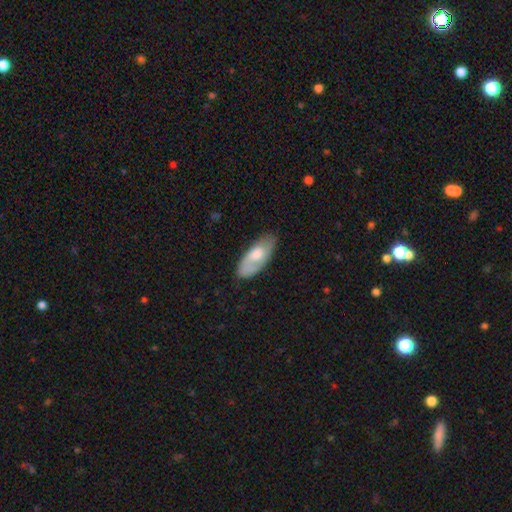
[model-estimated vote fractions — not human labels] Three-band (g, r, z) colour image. It shows a smooth galaxy with no disk features (57%) that is in between round and cigar-shaped (82%). Merging: none (72%).